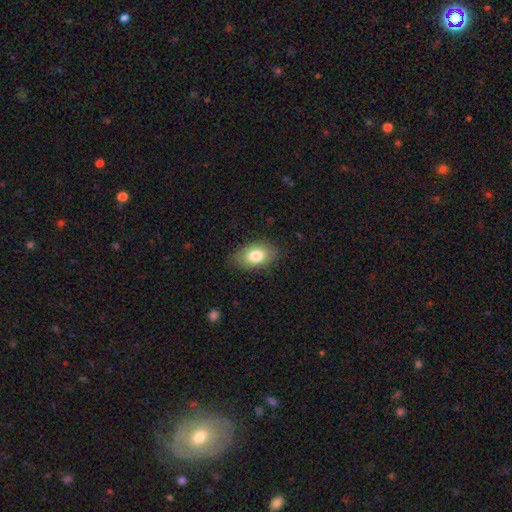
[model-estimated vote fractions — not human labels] Morphology: type=smooth (80%); roundness=in between (89%); merging=none (83%).